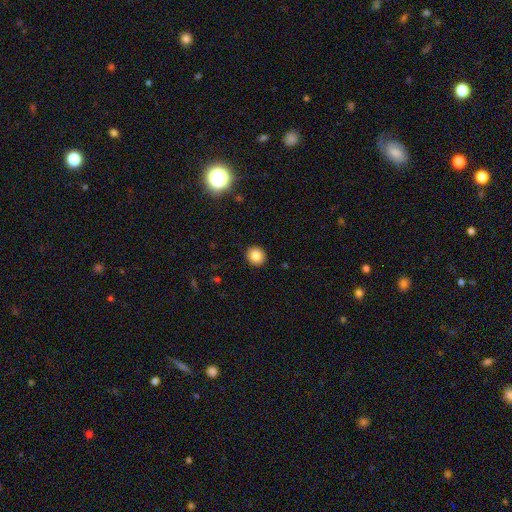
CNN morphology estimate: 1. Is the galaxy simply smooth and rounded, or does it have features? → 83% smooth, 11% star or artifact, 6% featured or disk.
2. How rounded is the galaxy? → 90% round, 10% in between, 1% cigar-shaped.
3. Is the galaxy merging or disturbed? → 92% none, 6% minor disturbance, 2% major disturbance, 1% merger.